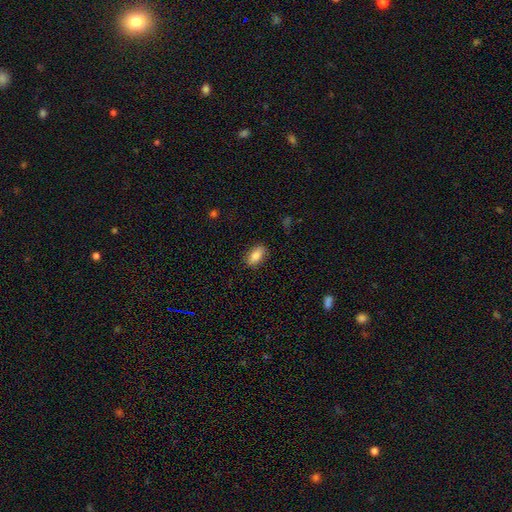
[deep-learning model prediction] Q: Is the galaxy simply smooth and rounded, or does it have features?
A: smooth — 83%.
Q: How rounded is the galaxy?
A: in between — 88%.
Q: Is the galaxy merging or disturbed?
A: none — 86%.